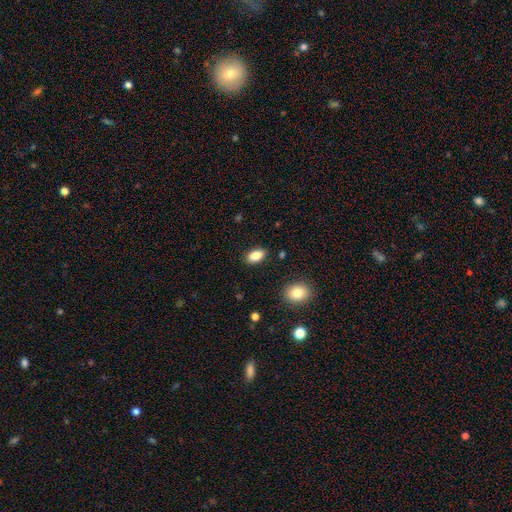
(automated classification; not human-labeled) smooth_or_featured: smooth (p=0.85) [alt: star or artifact p=0.08]
how_rounded: in between (p=0.91) [alt: round p=0.05]
merging: none (p=0.87) [alt: minor disturbance p=0.09]